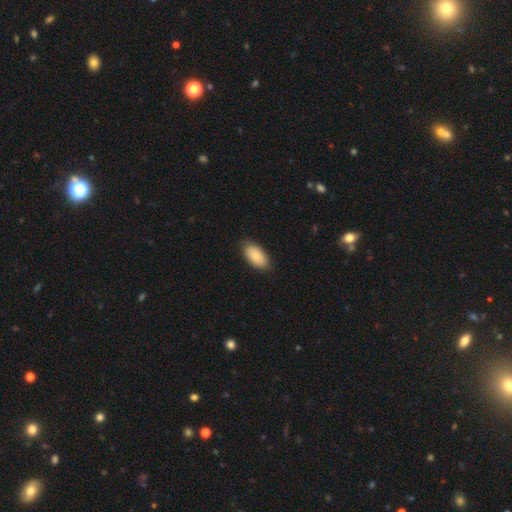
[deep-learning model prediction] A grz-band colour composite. It shows a smooth galaxy with no disk features (83%) that is in between round and cigar-shaped (94%). Merging: none (85%).